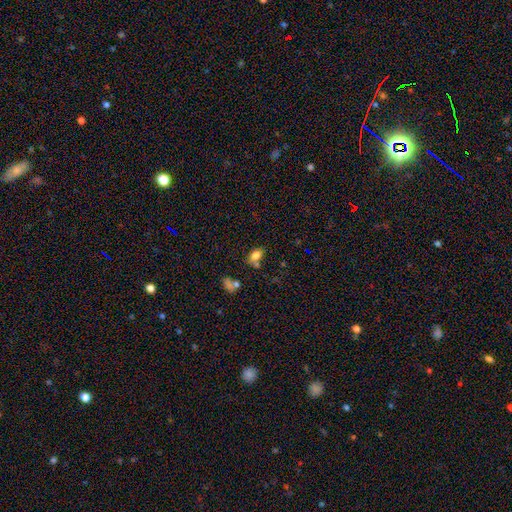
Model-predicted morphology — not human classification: A smooth galaxy with no disk features (78%) that is in between round and cigar-shaped (82%). Merging: none (53%).